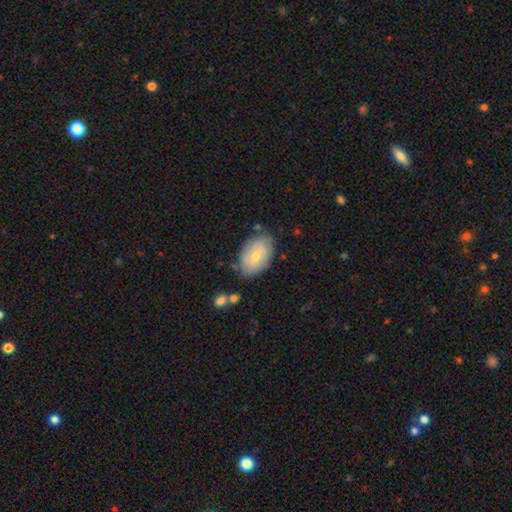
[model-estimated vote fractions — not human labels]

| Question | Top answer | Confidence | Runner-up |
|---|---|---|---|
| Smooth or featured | smooth | 61% | featured or disk (32%) |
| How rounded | in between | 88% | round (11%) |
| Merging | none | 74% | minor disturbance (18%) |